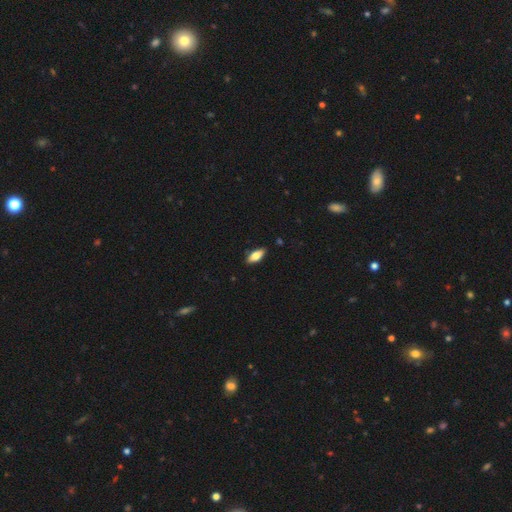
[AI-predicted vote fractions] Smooth or featured? smooth (74%)
How rounded? in between (80%)
Merging? none (86%)